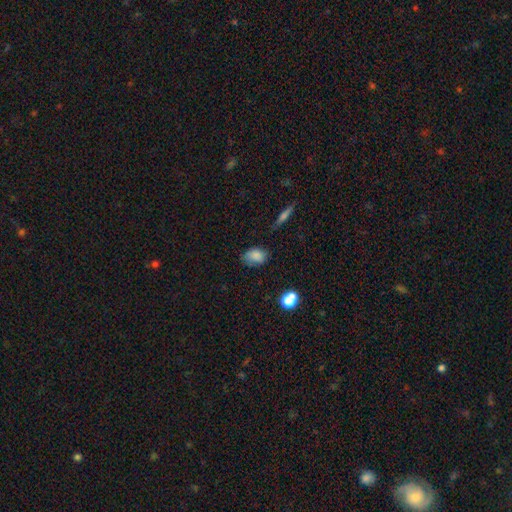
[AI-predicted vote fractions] This is clearly a smooth galaxy (83%). How rounded: clearly in between (81%). Merging: likely none (63%).